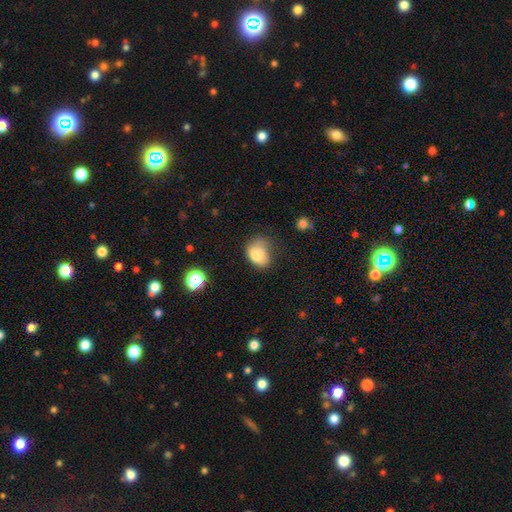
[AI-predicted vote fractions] Smooth or featured? Predicted: smooth (p=0.71). How rounded? Predicted: in between (p=0.71). Merging? Predicted: none (p=0.31).